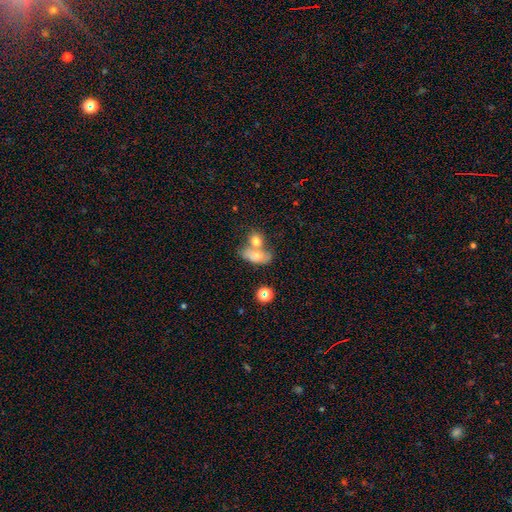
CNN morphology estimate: This is likely a smooth galaxy (67%). How rounded: likely in between (79%). Merging: possibly merger (54%).